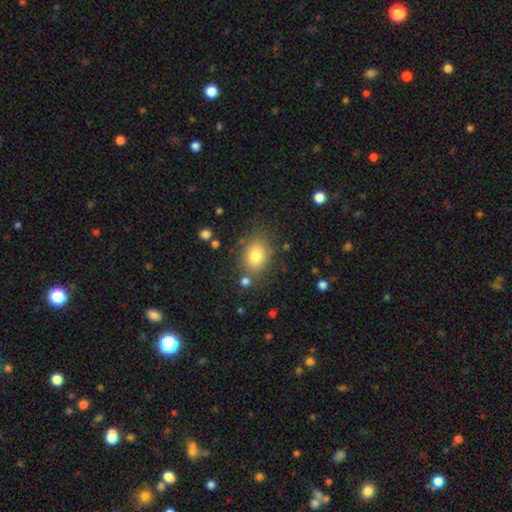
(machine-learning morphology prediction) A smooth galaxy with no disk features (79%) that is in between round and cigar-shaped (66%). Merging: none (78%).